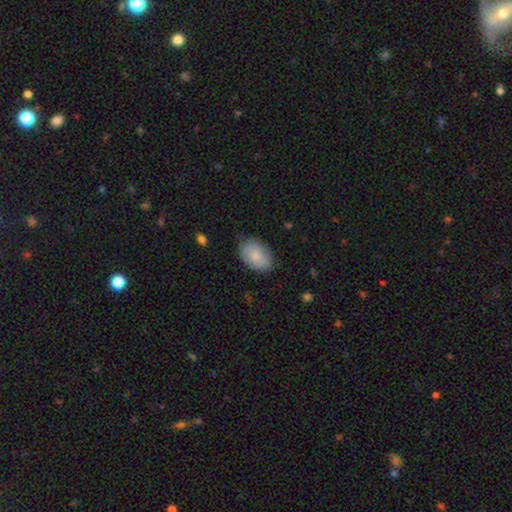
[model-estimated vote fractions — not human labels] Morphology: type=smooth (83%); roundness=in between (87%); merging=none (81%).